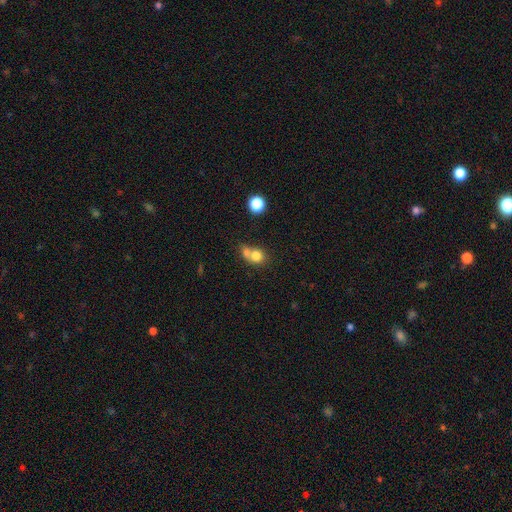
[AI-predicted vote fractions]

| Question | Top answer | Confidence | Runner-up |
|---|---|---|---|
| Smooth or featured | smooth | 76% | featured or disk (12%) |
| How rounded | round | 71% | in between (28%) |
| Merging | merger | 56% | none (31%) |